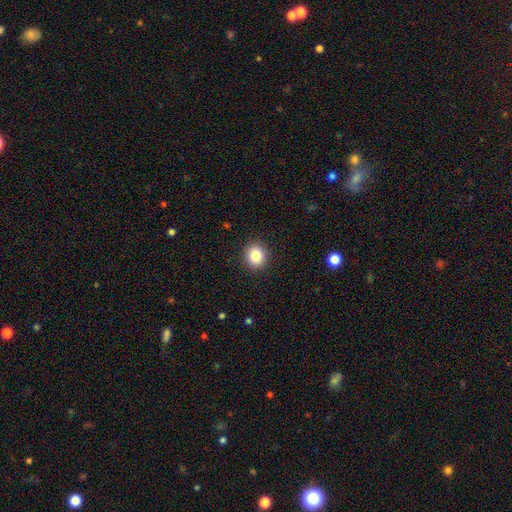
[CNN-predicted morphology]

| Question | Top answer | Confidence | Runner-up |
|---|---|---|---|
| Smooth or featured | smooth | 85% | star or artifact (10%) |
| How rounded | round | 80% | in between (19%) |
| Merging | none | 91% | minor disturbance (6%) |